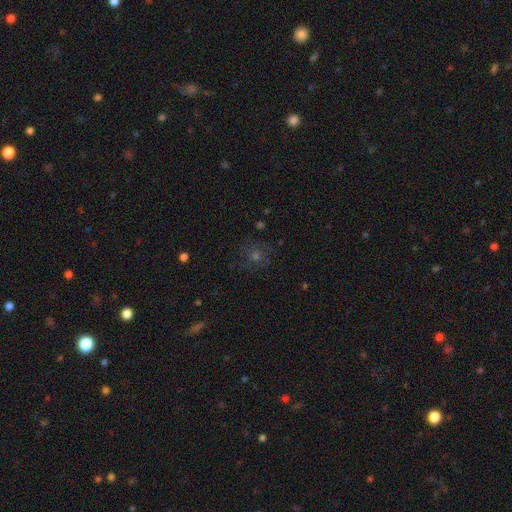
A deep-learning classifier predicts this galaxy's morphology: Overall: smooth (37%, tied with star or artifact). Merging: none (79%).